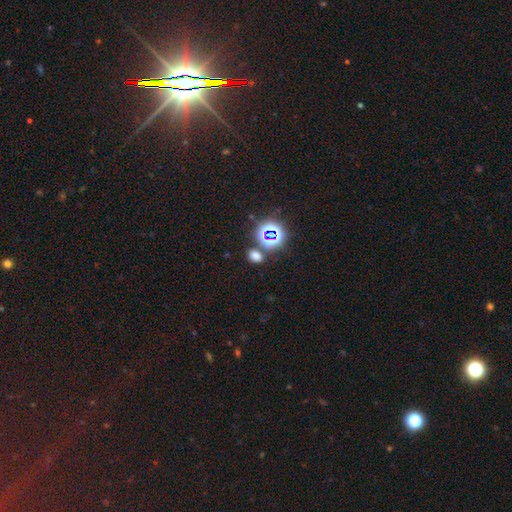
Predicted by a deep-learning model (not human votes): A smooth galaxy with no disk features (65%) that is in between round and cigar-shaped (70%). Merging: none (77%).